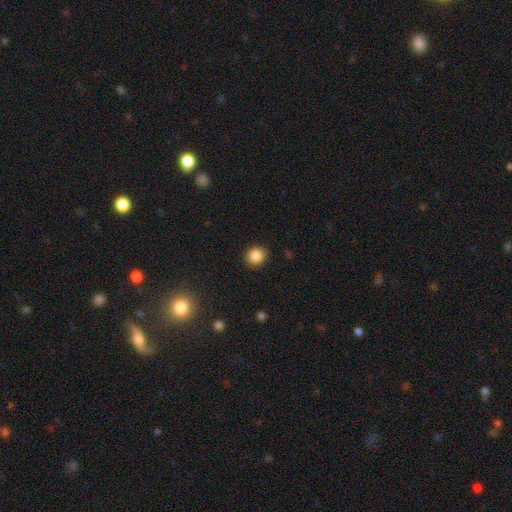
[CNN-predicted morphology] Smooth or featured? Predicted: smooth (p=0.86). How rounded? Predicted: round (p=0.80). Merging? Predicted: none (p=0.88).